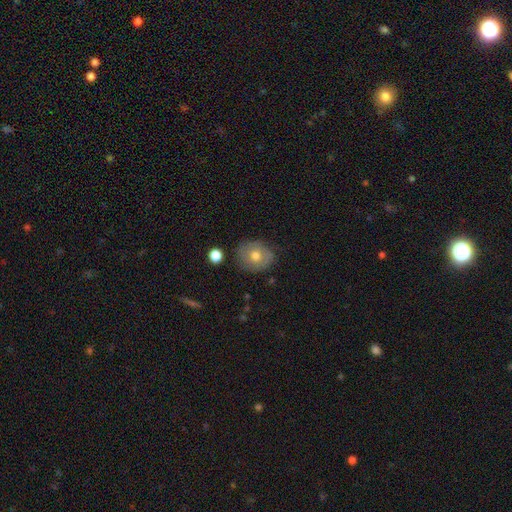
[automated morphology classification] Smooth or featured?
  - smooth: 68% *
  - featured or disk: 23%
  - star or artifact: 9%
How rounded?
  - round: 73% *
  - in between: 26%
  - cigar-shaped: 1%
Merging?
  - none: 81% *
  - minor disturbance: 14%
  - major disturbance: 3%
  - merger: 2%